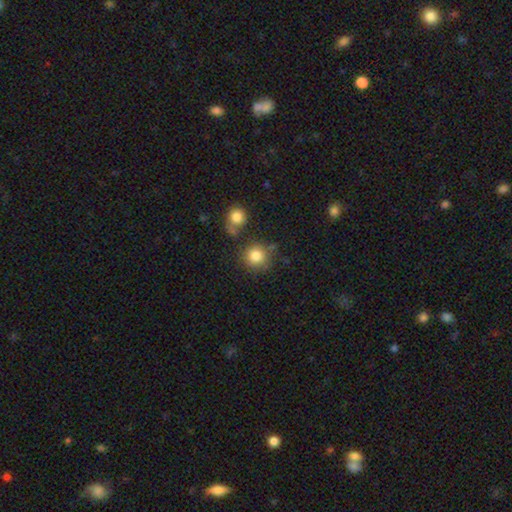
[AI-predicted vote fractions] A smooth galaxy with no disk features (84%) that is round (91%).

Vote fractions:
- Smooth or featured? smooth: 84% / star or artifact: 10% / featured or disk: 6%
- How rounded? round: 91% / in between: 8% / cigar-shaped: 1%
- Merging? none: 71% / merger: 13% / minor disturbance: 11% / major disturbance: 5%